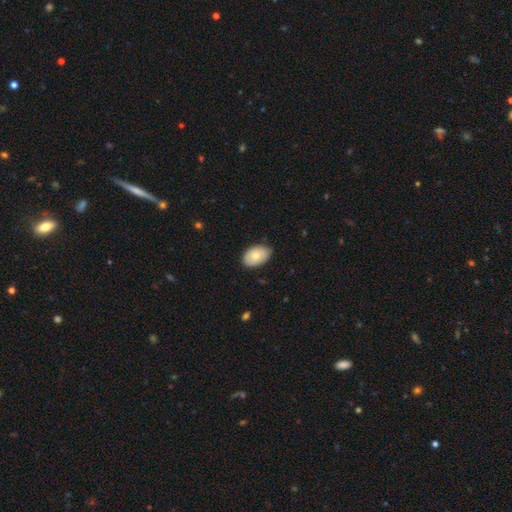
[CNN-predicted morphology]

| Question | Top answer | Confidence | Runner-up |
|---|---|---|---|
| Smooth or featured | smooth | 76% | featured or disk (18%) |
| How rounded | in between | 91% | round (8%) |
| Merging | none | 82% | minor disturbance (15%) |